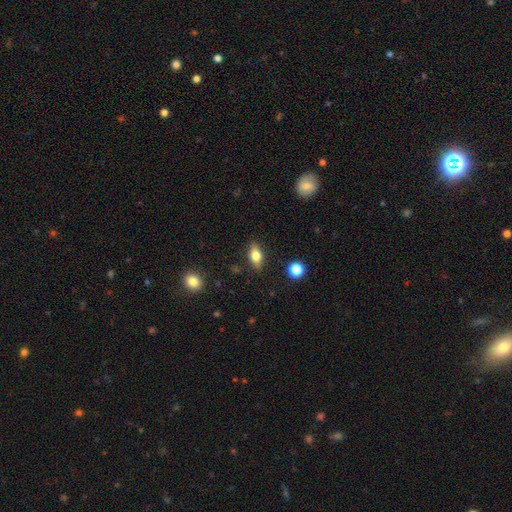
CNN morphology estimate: Smooth or featured: smooth — 64% (featured or disk — 28%)
How rounded: in between — 75% (cigar-shaped — 17%)
Merging: none — 86% (minor disturbance — 10%)